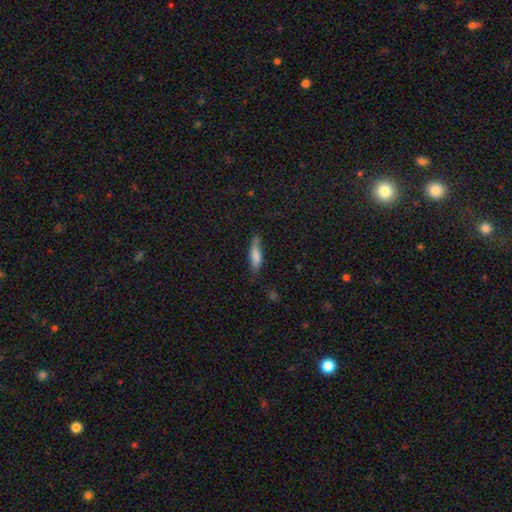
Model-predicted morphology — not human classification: The model was most divided on "how rounded": cigar-shaped: 64%, in between: 34%, round: 2%. More confident: smooth or featured — smooth (73%); merging — none (66%).